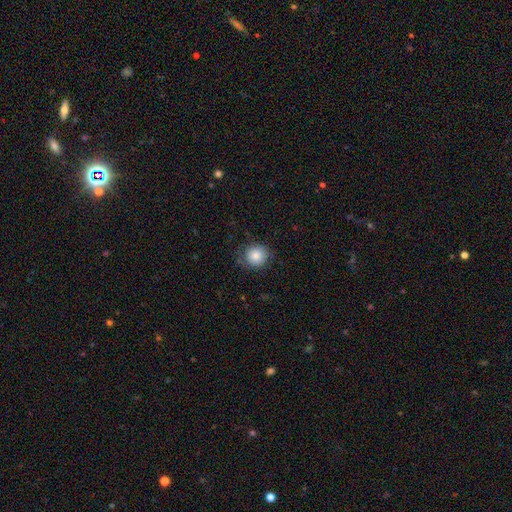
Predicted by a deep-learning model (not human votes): Q: Smooth or featured?
A: smooth (82%); runner-up: featured or disk (9%)
Q: How rounded?
A: round (89%); runner-up: in between (10%)
Q: Merging?
A: none (76%); runner-up: minor disturbance (17%)